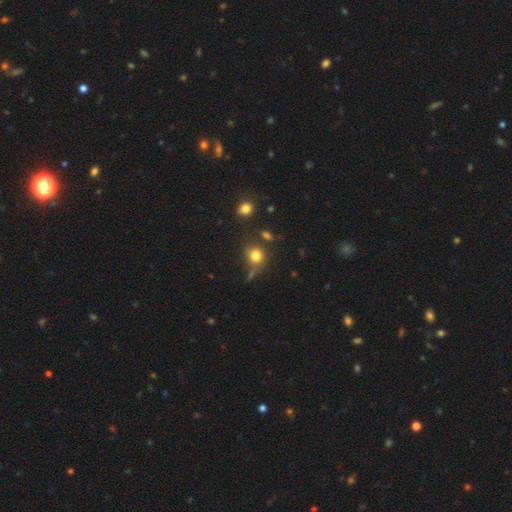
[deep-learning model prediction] Morphology: type=smooth (79%); roundness=round (81%); merging=none (69%).